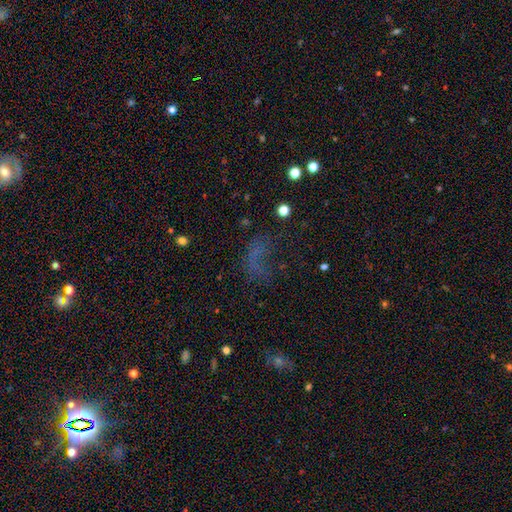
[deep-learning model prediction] smooth 36%, star or artifact 35%, featured or disk 28%. Down the decision tree: merging — major disturbance (40%).